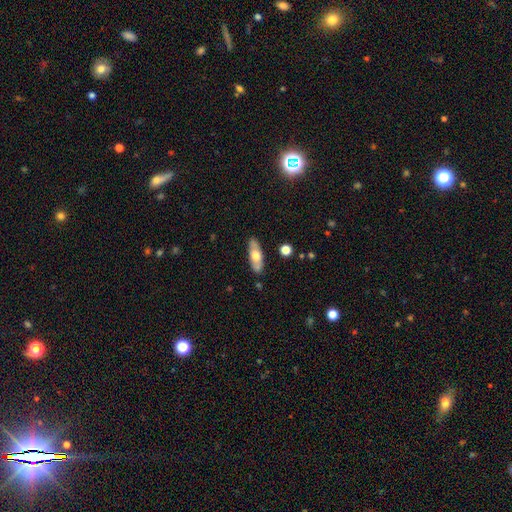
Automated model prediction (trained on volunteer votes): Smooth or featured: smooth — 54% (featured or disk — 41%)
How rounded: in between — 62% (cigar-shaped — 35%)
Merging: none — 83% (minor disturbance — 12%)